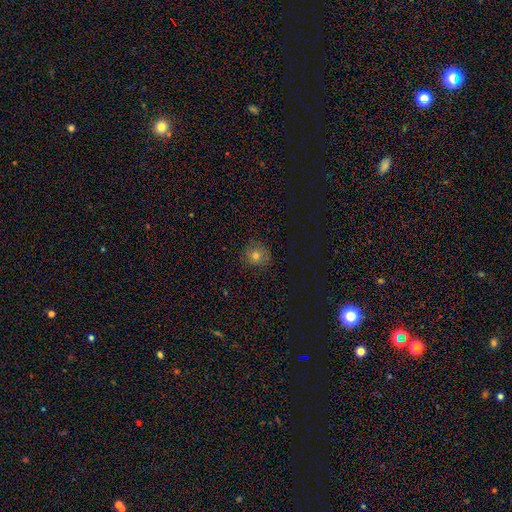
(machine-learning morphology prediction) type=smooth (76%); roundness=round (90%); merging=none (84%).